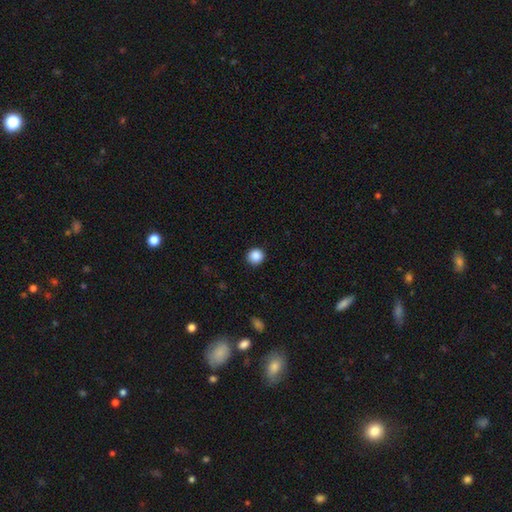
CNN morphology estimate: smooth_or_featured: smooth (p=0.88) [alt: star or artifact p=0.09]
how_rounded: round (p=0.94) [alt: in between p=0.05]
merging: none (p=0.92) [alt: minor disturbance p=0.05]